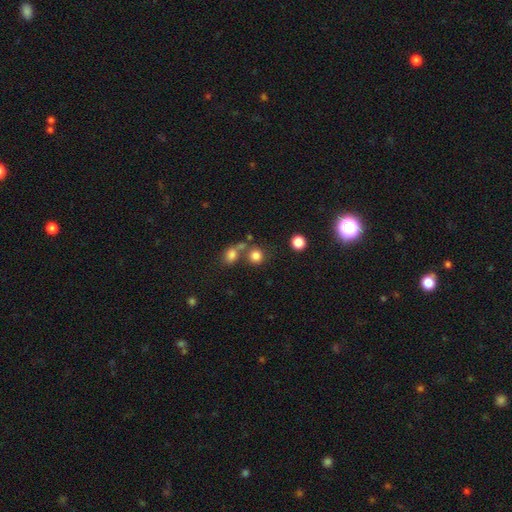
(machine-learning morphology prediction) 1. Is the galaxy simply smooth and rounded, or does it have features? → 80% smooth, 13% star or artifact, 7% featured or disk.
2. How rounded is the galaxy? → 85% round, 14% in between, 1% cigar-shaped.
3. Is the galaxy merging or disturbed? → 62% none, 25% merger, 9% minor disturbance, 5% major disturbance.